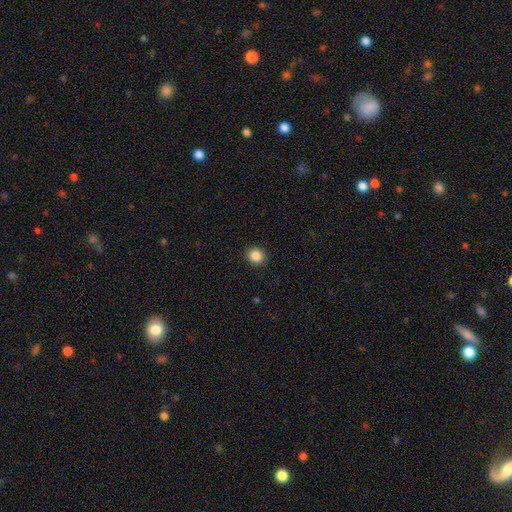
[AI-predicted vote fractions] Morphology: type=smooth (86%); roundness=round (84%); merging=none (92%).